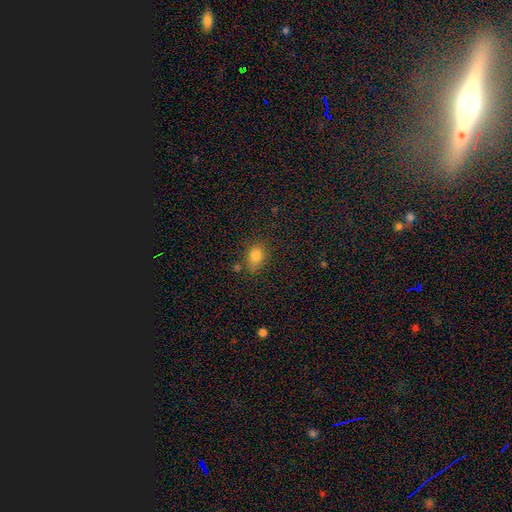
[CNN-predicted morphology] Overall: smooth (82%). How rounded: in between (53%; round 45%). Merging: none (67%).